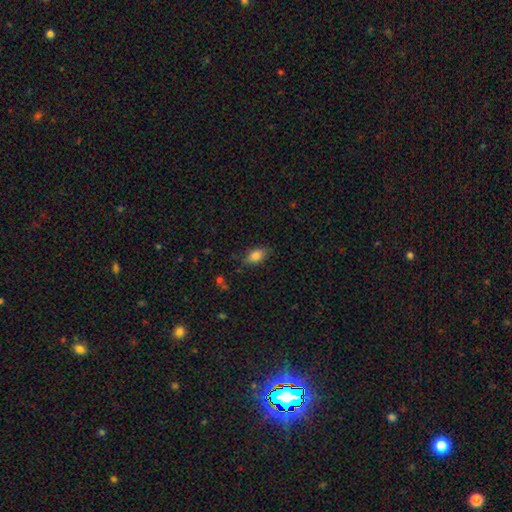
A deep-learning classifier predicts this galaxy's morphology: The model was most divided on "merging": none: 77%, minor disturbance: 17%, major disturbance: 4%, merger: 1%. More confident: how rounded — in between (85%); smooth or featured — smooth (82%).